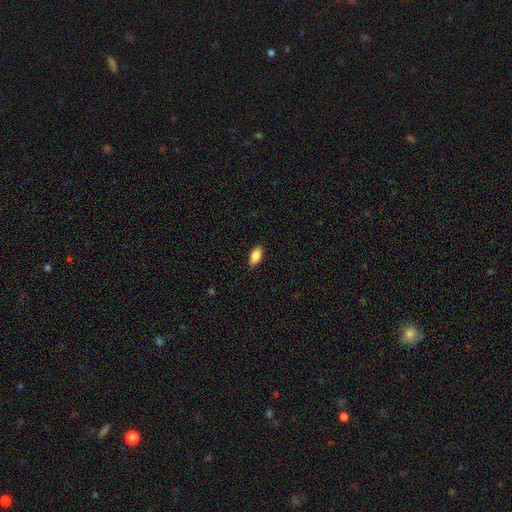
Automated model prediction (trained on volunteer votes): This appears to be a smooth galaxy with no disk features (87%) that is in between round and cigar-shaped (91%). Merging: none (88%).